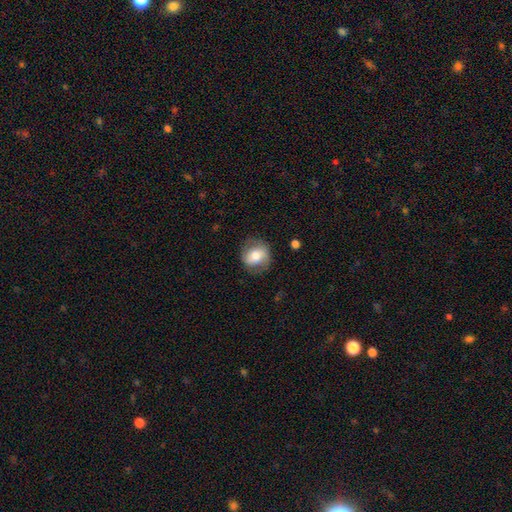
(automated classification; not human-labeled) smooth_or_featured: smooth (p=0.62) [alt: featured or disk p=0.30]
how_rounded: round (p=0.70) [alt: in between p=0.29]
merging: none (p=0.74) [alt: minor disturbance p=0.17]